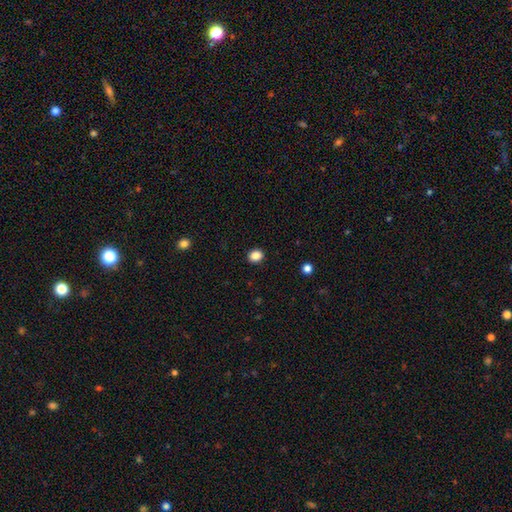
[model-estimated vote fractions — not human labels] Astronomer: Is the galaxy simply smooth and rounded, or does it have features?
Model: smooth — 87%.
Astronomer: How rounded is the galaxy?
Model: round — 61% (runner-up: in between, 38%).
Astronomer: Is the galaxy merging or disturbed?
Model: none — 91%.